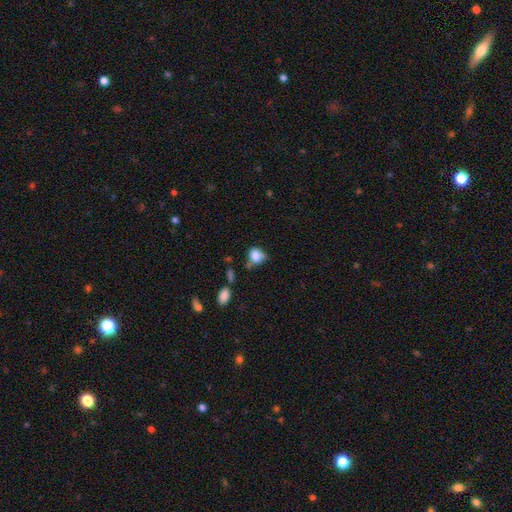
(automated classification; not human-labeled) A smooth galaxy with no disk features (80%) that is in between round and cigar-shaped (52%). Merging: none (43%).